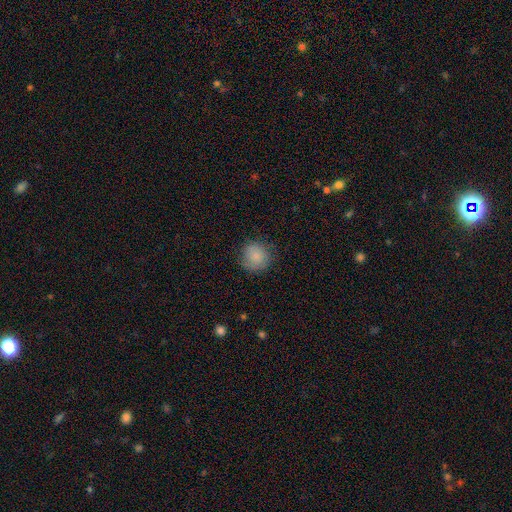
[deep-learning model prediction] A smooth galaxy with no disk features (84%) that is round (90%).

Vote fractions:
- Smooth or featured? smooth: 84% / featured or disk: 8% / star or artifact: 8%
- How rounded? round: 90% / in between: 9% / cigar-shaped: 1%
- Merging? none: 77% / minor disturbance: 17% / major disturbance: 5% / merger: 1%